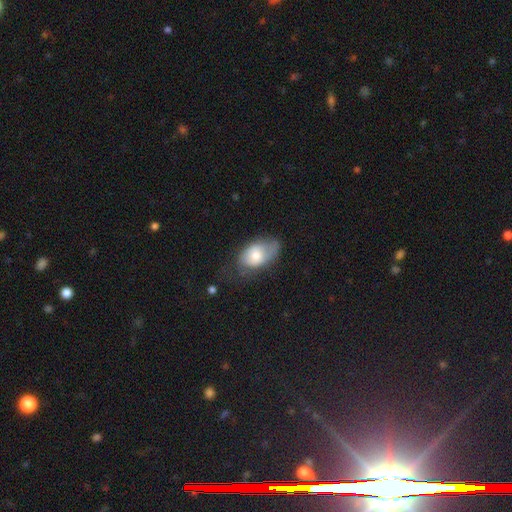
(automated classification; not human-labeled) The model was most divided on "merging": none: 43%, minor disturbance: 34%, major disturbance: 20%, merger: 2%. More confident: how rounded — in between (89%); smooth or featured — smooth (63%).